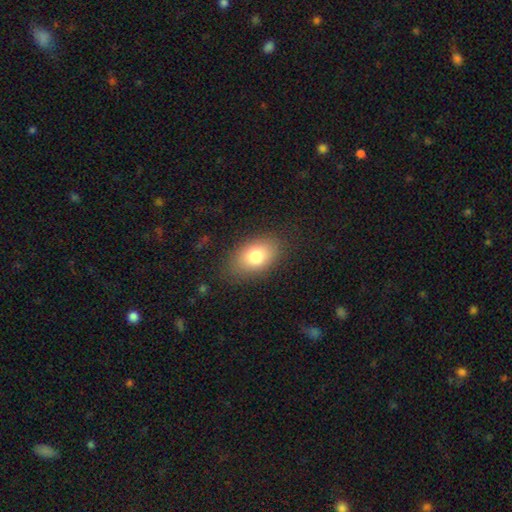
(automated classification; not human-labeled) Smooth or featured? smooth (81%)
How rounded? in between (86%)
Merging? none (81%)